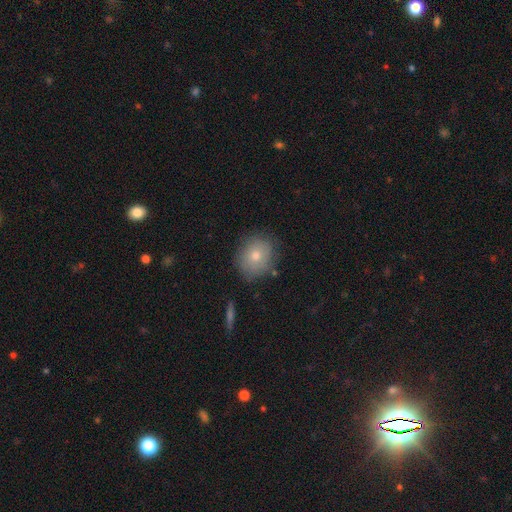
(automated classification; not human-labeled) A smooth galaxy with no disk features (72%) that is round (74%). Merging: none (83%).